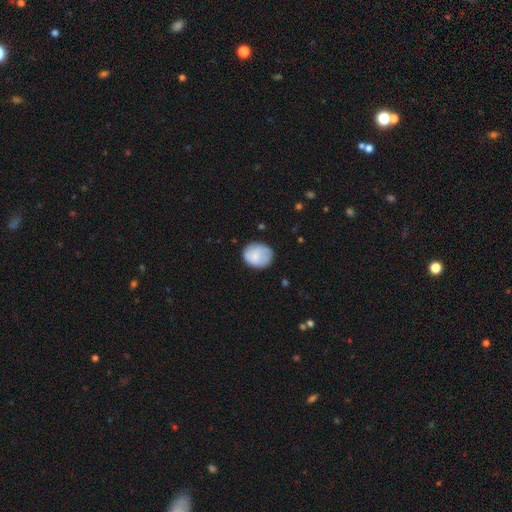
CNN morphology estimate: This is likely a smooth galaxy (77%). How rounded: likely round (67%). Merging: likely none (75%).